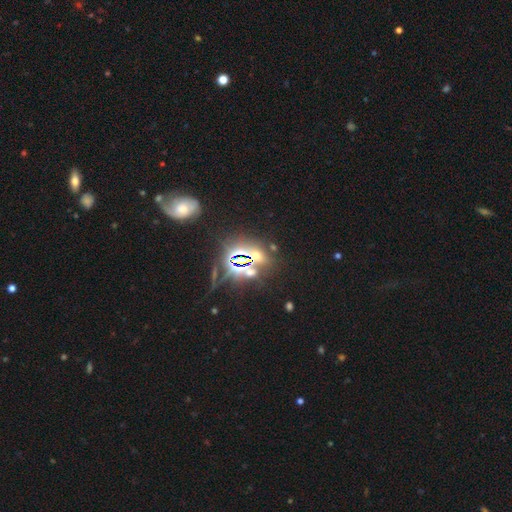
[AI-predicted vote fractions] Smooth or featured?
  - star or artifact: 70% *
  - smooth: 21%
  - featured or disk: 9%